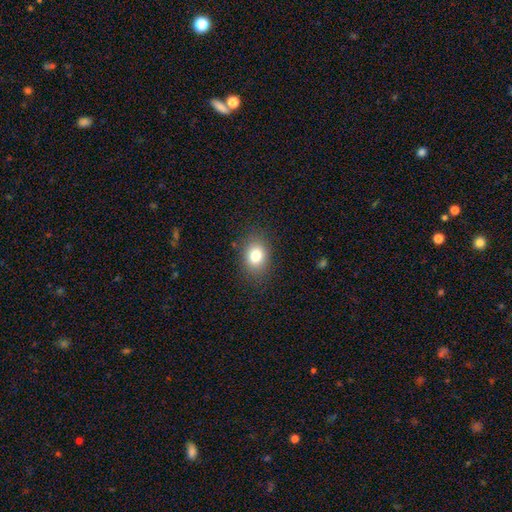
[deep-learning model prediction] A smooth galaxy with no disk features (80%) that is in between round and cigar-shaped (63%).

Vote fractions:
- Smooth or featured? smooth: 80% / star or artifact: 11% / featured or disk: 9%
- How rounded? in between: 63% / round: 36% / cigar-shaped: 1%
- Merging? none: 85% / minor disturbance: 11% / major disturbance: 4% / merger: 1%